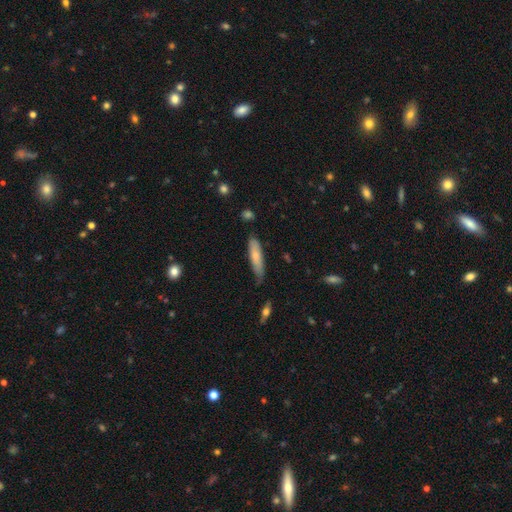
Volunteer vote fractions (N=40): smooth_or_featured: smooth (p=0.78) [alt: featured or disk p=0.20]
how_rounded: cigar-shaped (p=0.87) [alt: in between p=0.13]
merging: none (p=0.56) [alt: minor disturbance p=0.44]